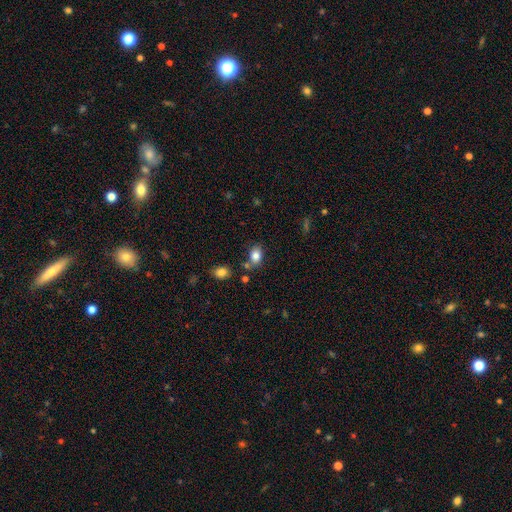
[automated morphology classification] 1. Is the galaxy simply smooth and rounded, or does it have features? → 83% smooth, 10% star or artifact, 7% featured or disk.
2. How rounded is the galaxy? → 75% in between, 24% round, 1% cigar-shaped.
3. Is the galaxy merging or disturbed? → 69% none, 15% minor disturbance, 11% merger, 4% major disturbance.